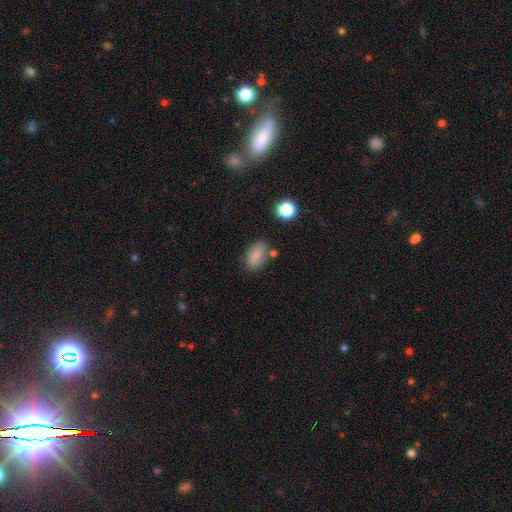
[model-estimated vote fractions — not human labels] smooth-or-featured: smooth: 82% | star or artifact: 10% | featured or disk: 8%
  how-rounded: in between: 89% | round: 8% | cigar-shaped: 3%
  merging: none: 68% | minor disturbance: 18% | merger: 8% | major disturbance: 5%